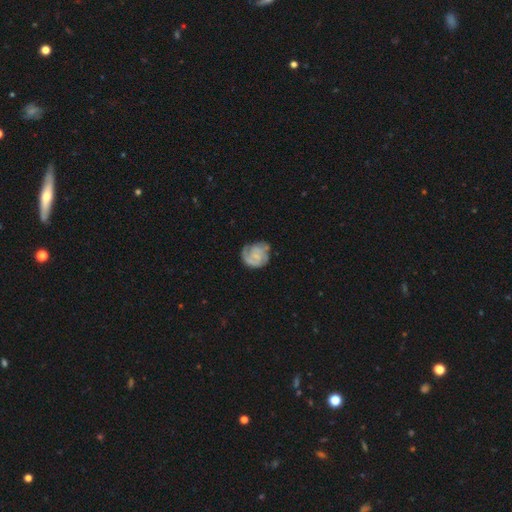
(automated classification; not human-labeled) Smooth or featured: featured or disk — 69% (smooth — 25%)
Edge-on disk: no — 98% (yes — 2%)
Bar: no — 67% (weak — 28%)
Spiral arms: yes — 88% (no — 12%)
Spiral winding: tight — 53% (medium — 35%)
Spiral arm count: 2 — 31% (can't tell — 28%)
Bulge size: small — 50% (none — 31%)
Merging: none — 60% (minor disturbance — 25%)